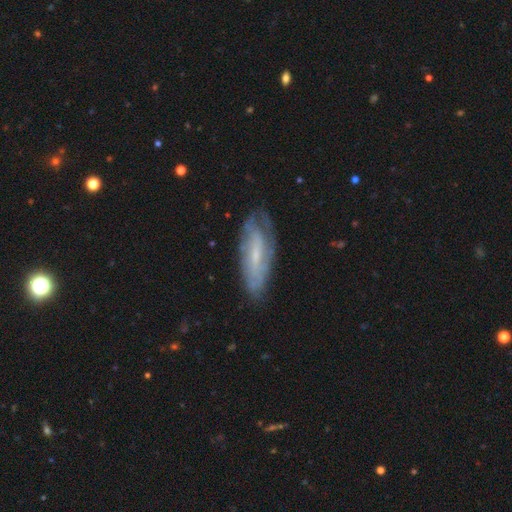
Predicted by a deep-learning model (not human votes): A featured or disk galaxy (67%) with a weak bar (44%), spiral arms (81%) and a small central bulge (63%). Merging: none (70%).